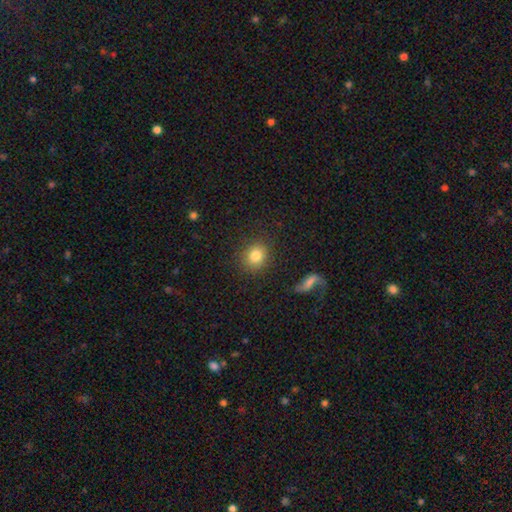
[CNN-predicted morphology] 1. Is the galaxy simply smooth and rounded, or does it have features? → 82% smooth, 10% star or artifact, 8% featured or disk.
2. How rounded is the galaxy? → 81% round, 18% in between, 1% cigar-shaped.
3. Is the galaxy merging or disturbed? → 86% none, 8% minor disturbance, 3% major disturbance, 2% merger.